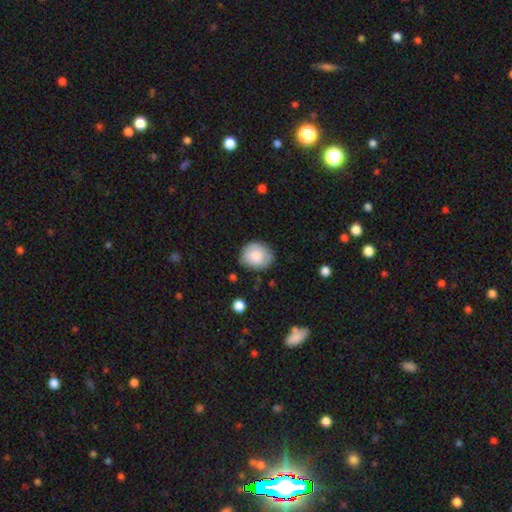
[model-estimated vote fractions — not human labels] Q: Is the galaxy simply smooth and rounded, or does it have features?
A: smooth — 83%.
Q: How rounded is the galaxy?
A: round — 61%.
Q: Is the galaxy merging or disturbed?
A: none — 76%.